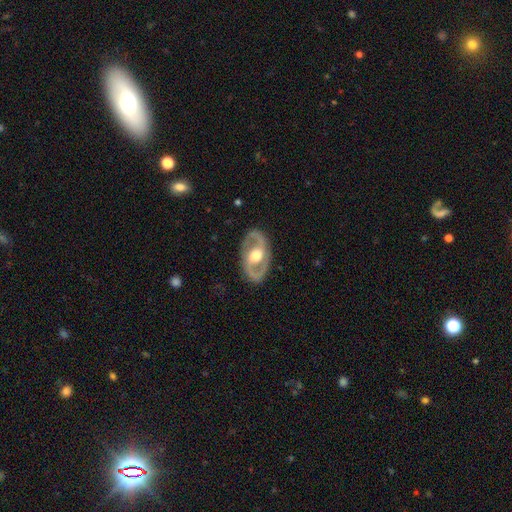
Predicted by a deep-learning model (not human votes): This is clearly a featured or disk galaxy (85%). It is clearly not viewed edge-on (95%). Bar: possibly no (49%). Spiral arm pattern: clearly yes (82%). Spiral arm count: clearly 2 (91%). Spiral winding: possibly medium (54%). Central bulge: likely moderate (71%). Merging: clearly none (85%).